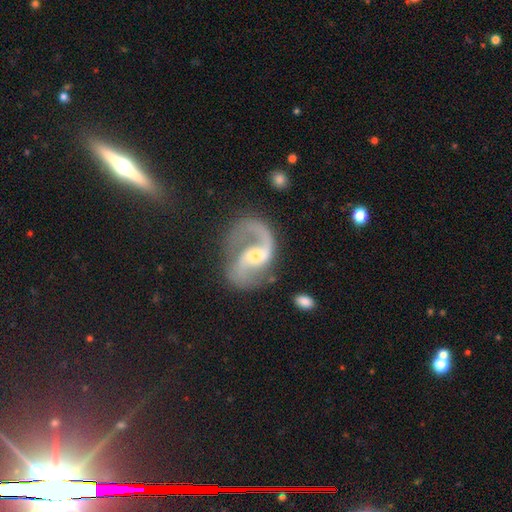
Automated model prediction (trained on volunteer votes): Q: Smooth or featured?
A: featured or disk (90%); runner-up: star or artifact (5%)
Q: Edge-on disk?
A: no (98%); runner-up: yes (2%)
Q: Bar?
A: weak (43%); runner-up: no (38%)
Q: Spiral arms?
A: yes (97%); runner-up: no (3%)
Q: Spiral winding?
A: medium (47%); runner-up: loose (43%)
Q: Spiral arm count?
A: 2 (84%); runner-up: 1 (11%)
Q: Bulge size?
A: small (56%); runner-up: moderate (38%)
Q: Merging?
A: none (68%); runner-up: minor disturbance (17%)